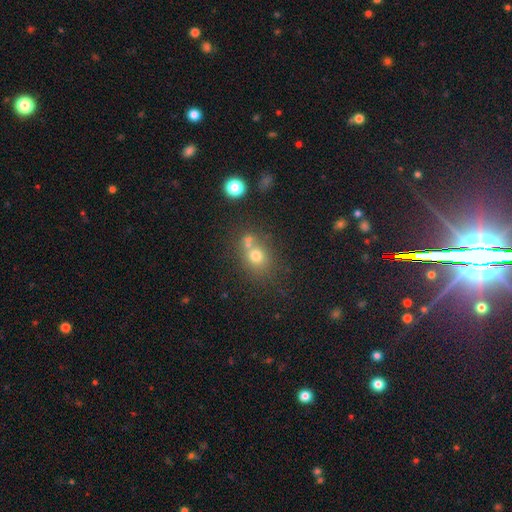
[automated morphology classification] Overall: smooth (70%). How rounded: round (68%; in between 31%). Merging: none (50%; merger 35%).